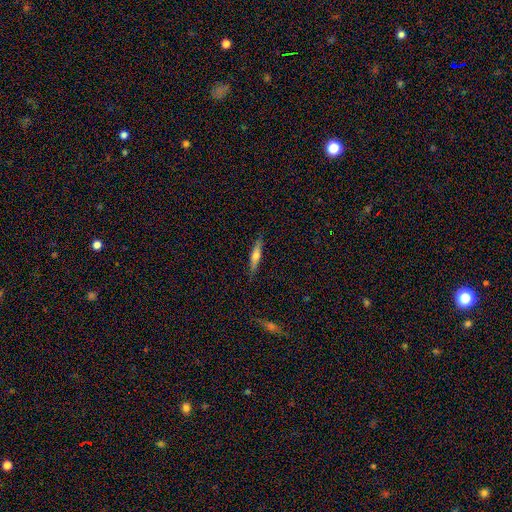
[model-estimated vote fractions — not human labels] Overall: smooth (54%; featured or disk 39%). How rounded: cigar-shaped (84%). Merging: none (87%).